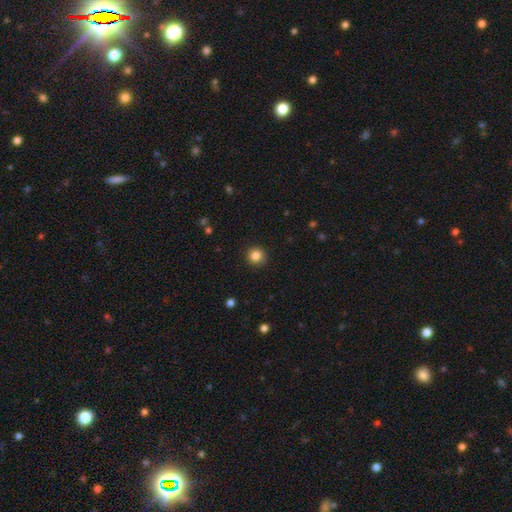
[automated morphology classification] Smooth or featured? smooth (85%)
How rounded? round (94%)
Merging? none (91%)